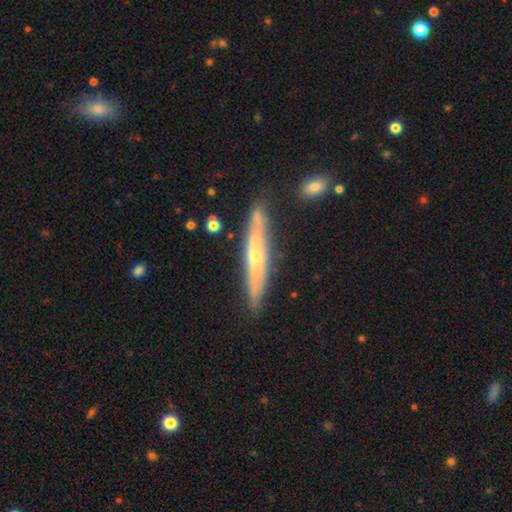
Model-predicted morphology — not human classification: smooth_or_featured: featured or disk (p=0.63) [alt: smooth p=0.31]
disk_edge_on: yes (p=0.85) [alt: no p=0.15]
edge_on_bulge: rounded (p=0.60) [alt: none p=0.35]
merging: none (p=0.82) [alt: minor disturbance p=0.13]